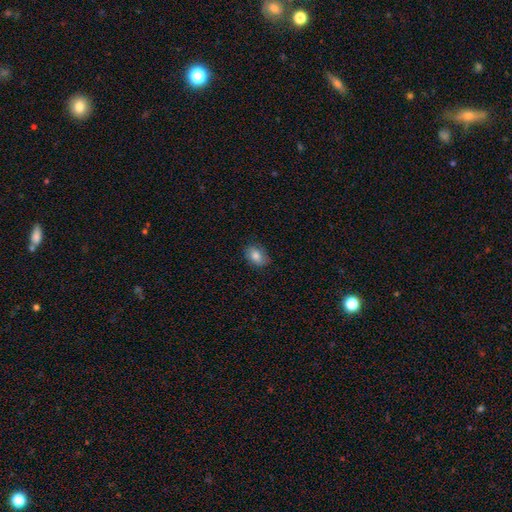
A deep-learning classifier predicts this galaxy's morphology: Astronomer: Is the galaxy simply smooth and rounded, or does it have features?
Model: smooth — 81%.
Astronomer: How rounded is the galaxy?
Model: in between — 80%.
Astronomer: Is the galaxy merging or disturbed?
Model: none — 81%.